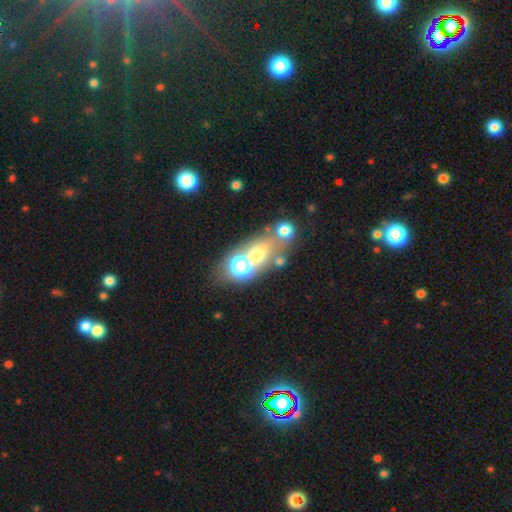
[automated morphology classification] Q: Smooth or featured?
A: smooth (50%); runner-up: featured or disk (28%)
Q: Merging?
A: merger (46%); runner-up: none (35%)